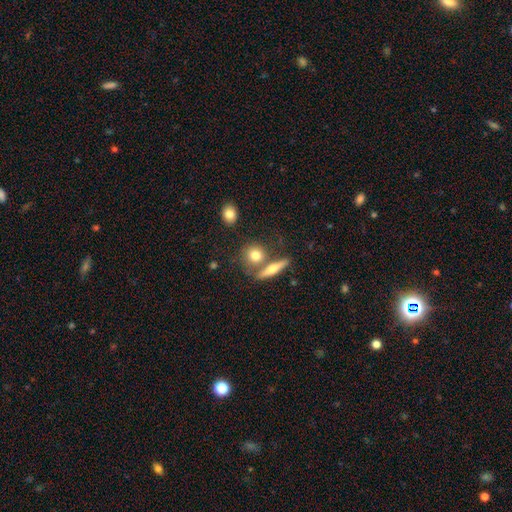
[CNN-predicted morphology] A smooth galaxy with no disk features (75%) that is round (72%). Merging: none (61%).